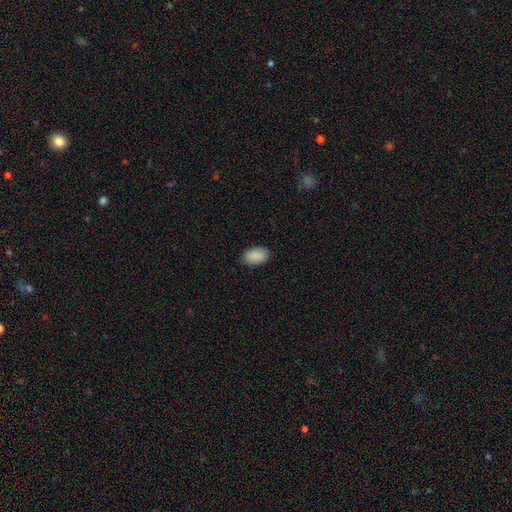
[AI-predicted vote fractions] A smooth galaxy with no disk features (91%) that is in between round and cigar-shaped (92%). Merging: none (87%).